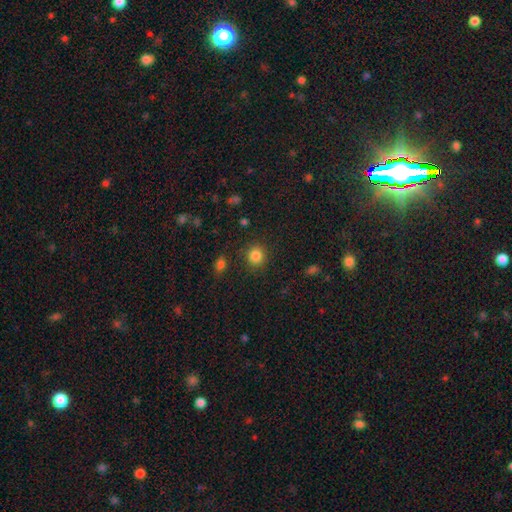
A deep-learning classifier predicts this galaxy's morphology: smooth-or-featured: smooth: 85% | star or artifact: 11% | featured or disk: 4%
  how-rounded: round: 88% | in between: 11% | cigar-shaped: 1%
  merging: none: 88% | minor disturbance: 7% | major disturbance: 3% | merger: 2%